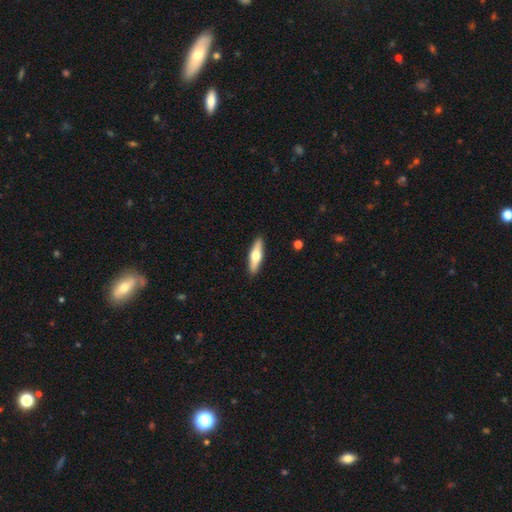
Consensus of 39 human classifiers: smooth 46% (tied), featured or disk 46% (tied), star or artifact 8%. Down the decision tree: how rounded — cigar-shaped (61%); merging — none (94%).